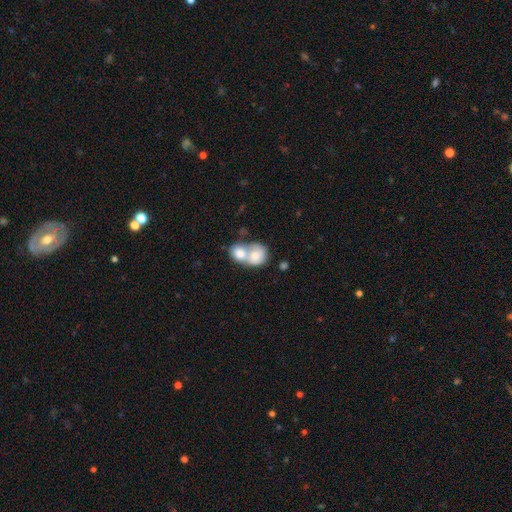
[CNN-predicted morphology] Smooth or featured: smooth — 73% (featured or disk — 20%)
How rounded: round — 58% (in between — 41%)
Merging: merger — 78% (none — 14%)